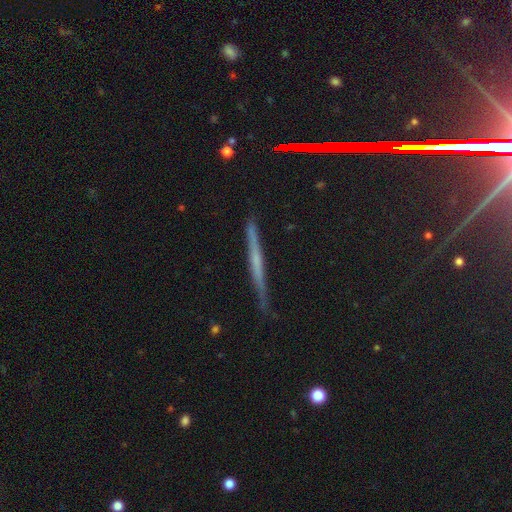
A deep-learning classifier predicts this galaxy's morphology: The model was most divided on "smooth or featured": featured or disk: 57%, smooth: 29%, star or artifact: 14%. More confident: edge-on disk — yes (96%); merging — none (85%); edge-on bulge — none (73%).